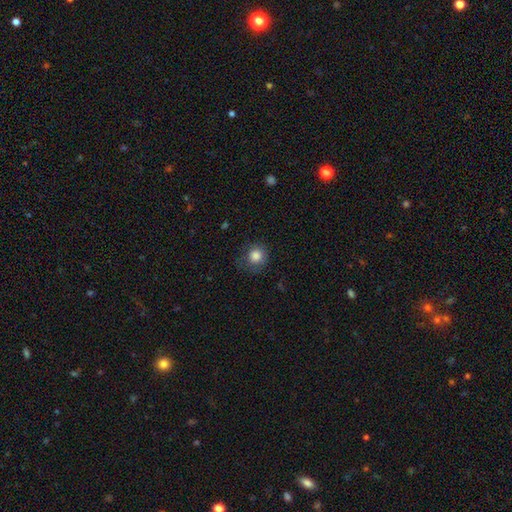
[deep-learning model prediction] This is clearly a smooth galaxy (83%). How rounded: clearly round (86%). Merging: likely none (69%).